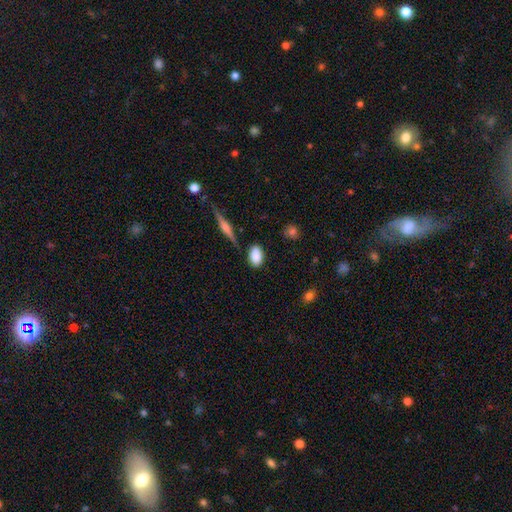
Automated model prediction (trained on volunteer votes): The model was most divided on "merging": none: 81%, minor disturbance: 13%, merger: 3%, major disturbance: 3%. More confident: how rounded — in between (86%); smooth or featured — smooth (86%).